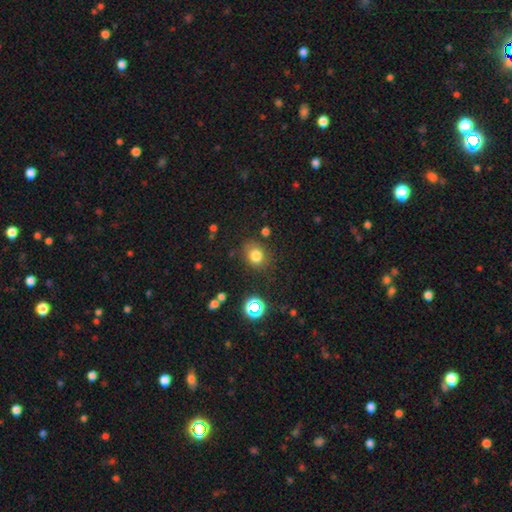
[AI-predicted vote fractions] Smooth or featured?
  - smooth: 77% *
  - star or artifact: 16%
  - featured or disk: 8%
How rounded?
  - round: 57% *
  - in between: 42%
  - cigar-shaped: 1%
Merging?
  - none: 78% *
  - minor disturbance: 14%
  - major disturbance: 5%
  - merger: 3%